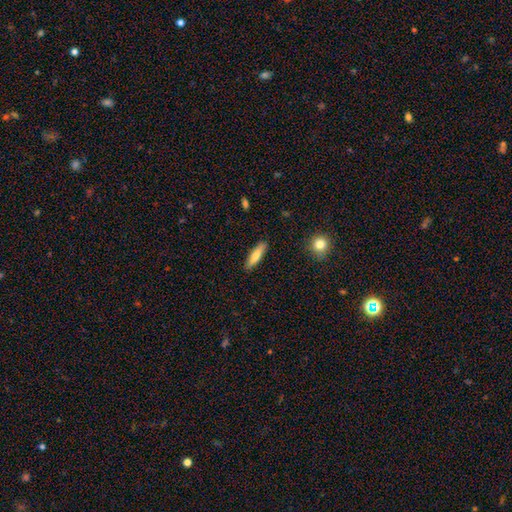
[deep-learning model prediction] smooth_or_featured: smooth (p=0.72) [alt: featured or disk p=0.22]
how_rounded: cigar-shaped (p=0.76) [alt: in between p=0.22]
merging: none (p=0.89) [alt: minor disturbance p=0.08]